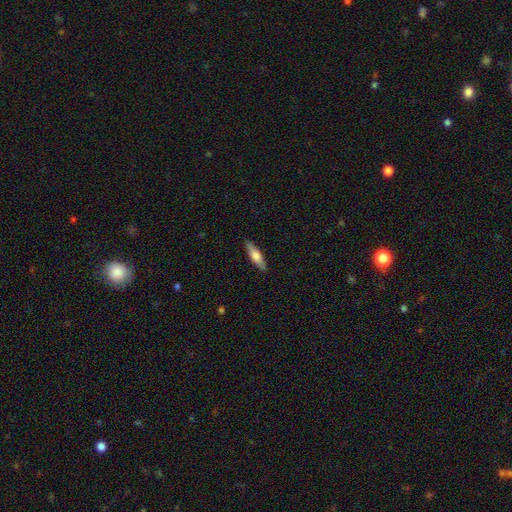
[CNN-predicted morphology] smooth_or_featured: smooth (p=0.60) [alt: featured or disk p=0.34]
how_rounded: cigar-shaped (p=0.67) [alt: in between p=0.31]
merging: none (p=0.88) [alt: minor disturbance p=0.09]